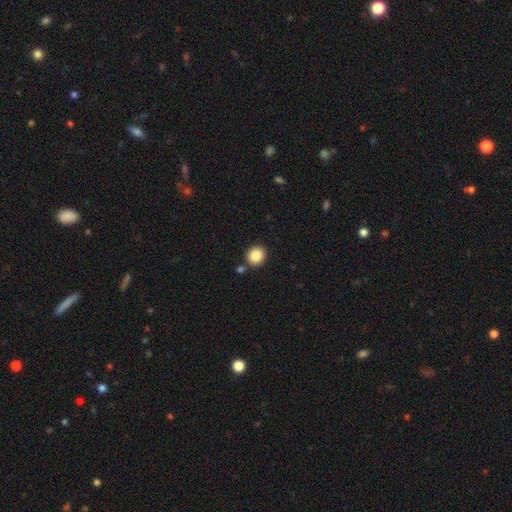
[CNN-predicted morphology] Smooth or featured? Predicted: smooth (p=0.86). How rounded? Predicted: round (p=0.89). Merging? Predicted: none (p=0.83).